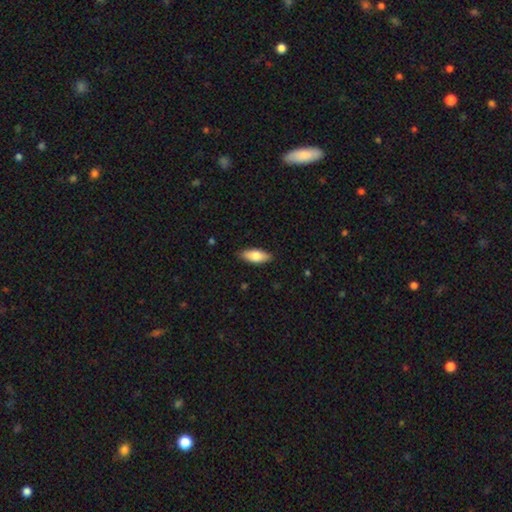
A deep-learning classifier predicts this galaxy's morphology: The model was most divided on "smooth or featured": smooth: 79%, featured or disk: 15%, star or artifact: 6%. More confident: merging — none (87%); how rounded — in between (81%).